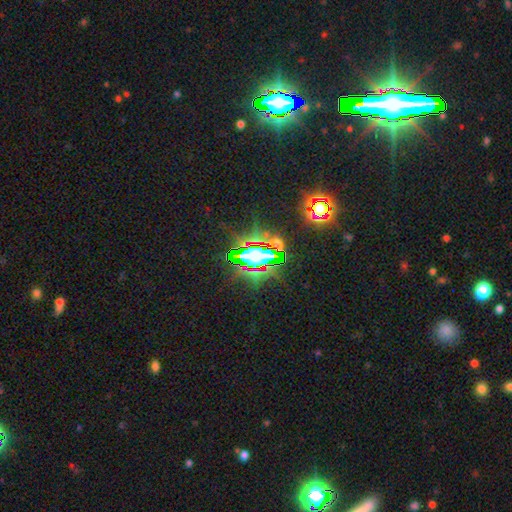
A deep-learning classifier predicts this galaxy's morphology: Overall: star or artifact (70%).